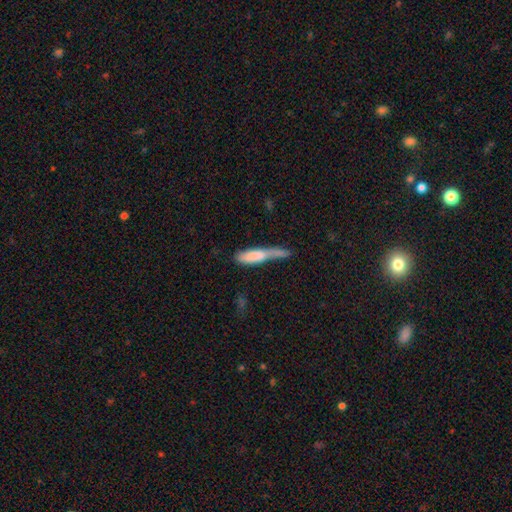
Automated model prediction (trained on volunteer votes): This appears to be a smooth galaxy with no disk features (73%) that is cigar-shaped (76%). Merging: none (27%, tied with merger).